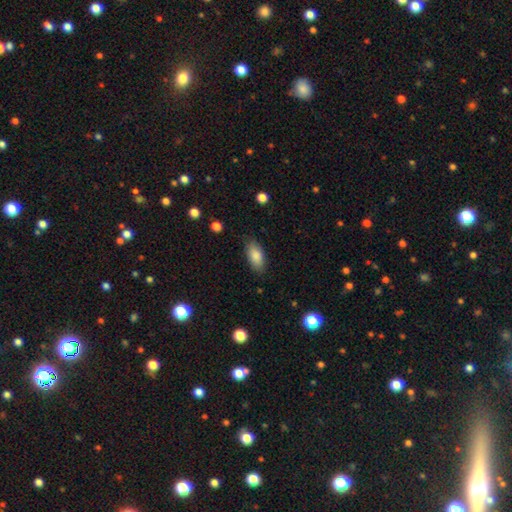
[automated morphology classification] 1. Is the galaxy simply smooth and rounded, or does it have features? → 86% smooth, 8% featured or disk, 7% star or artifact.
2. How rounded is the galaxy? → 89% in between, 8% cigar-shaped, 2% round.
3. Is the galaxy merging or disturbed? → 82% none, 13% minor disturbance, 3% major disturbance, 1% merger.